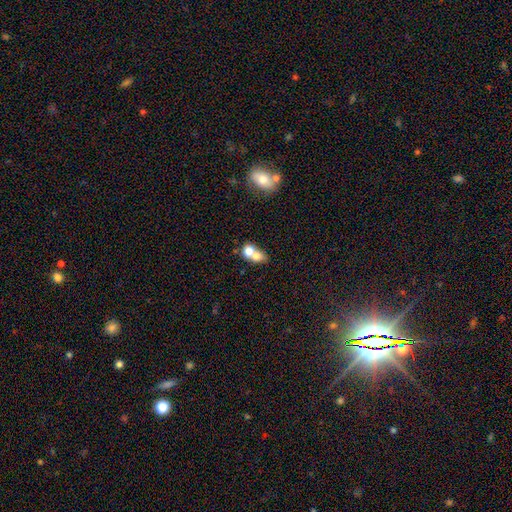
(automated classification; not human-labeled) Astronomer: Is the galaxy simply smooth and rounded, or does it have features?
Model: smooth — 70%.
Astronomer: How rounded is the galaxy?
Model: round — 52% (runner-up: in between, 46%).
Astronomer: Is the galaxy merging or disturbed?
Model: merger — 70%.